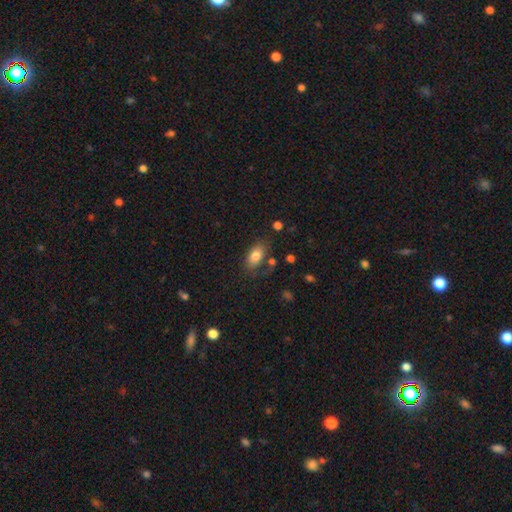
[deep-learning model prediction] smooth-or-featured: smooth: 80% | featured or disk: 12% | star or artifact: 8%
  how-rounded: in between: 91% | round: 6% | cigar-shaped: 3%
  merging: none: 66% | minor disturbance: 19% | major disturbance: 8% | merger: 7%